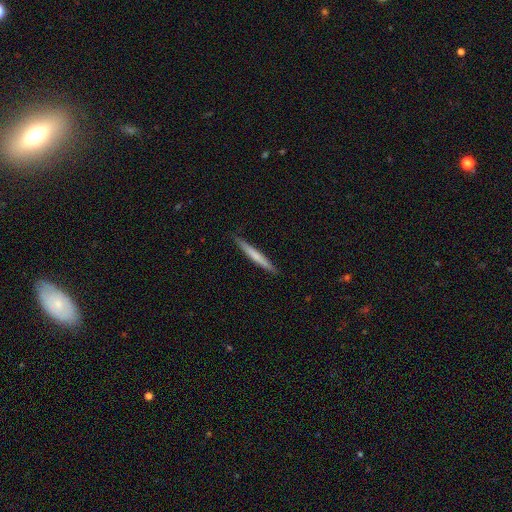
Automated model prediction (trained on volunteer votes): Smooth or featured? Predicted: smooth (p=0.60). How rounded? Predicted: cigar-shaped (p=0.97). Merging? Predicted: none (p=0.89).